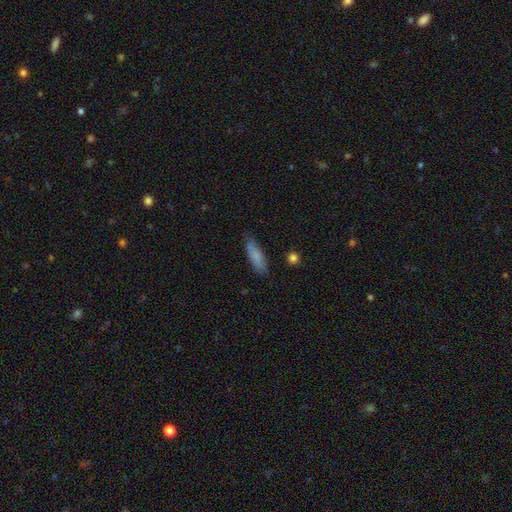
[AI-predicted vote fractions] The model was most divided on "how rounded" (2-way tie): cigar-shaped: 49%, in between: 49%, round: 2%. More confident: smooth or featured — smooth (77%); merging — none (76%).